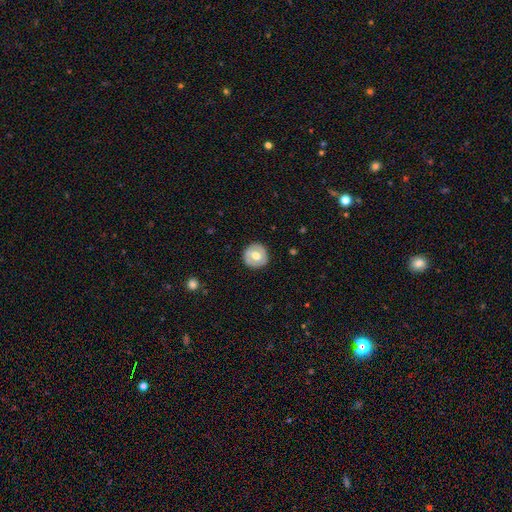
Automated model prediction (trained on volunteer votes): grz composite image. It shows a smooth galaxy with no disk features (50%). Merging: none (87%).